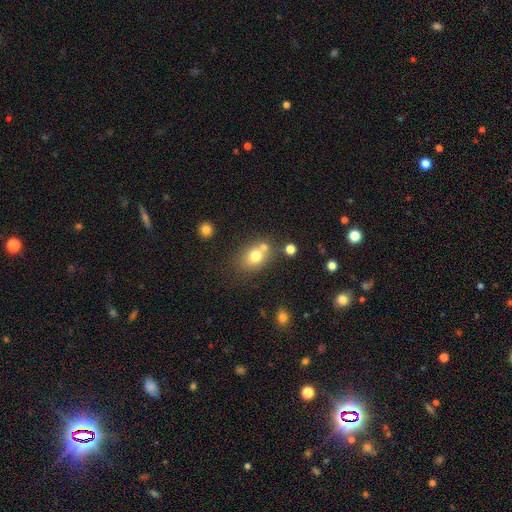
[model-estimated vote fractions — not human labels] The model was most divided on "how rounded": in between: 55%, round: 44%, cigar-shaped: 1%. More confident: smooth or featured — smooth (74%); merging — none (54%).